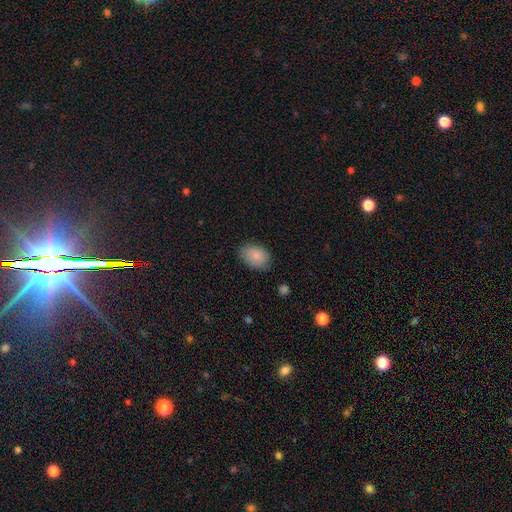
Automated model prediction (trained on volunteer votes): smooth 85%, featured or disk 8%, star or artifact 7%. Down the decision tree: how rounded — in between (84%); merging — none (79%).